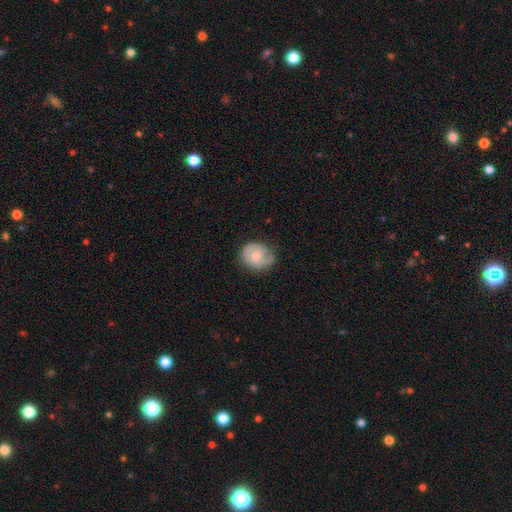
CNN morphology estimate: Smooth or featured?
  - smooth: 50% *
  - featured or disk: 44%
  - star or artifact: 7%
Merging?
  - none: 66% *
  - minor disturbance: 26%
  - major disturbance: 7%
  - merger: 1%